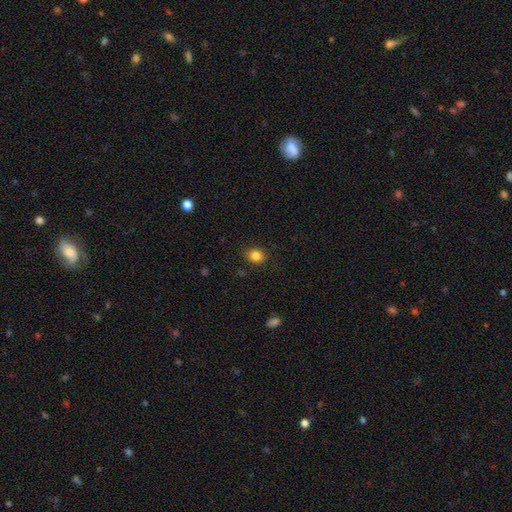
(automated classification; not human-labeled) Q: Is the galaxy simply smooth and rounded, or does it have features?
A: smooth — 84%.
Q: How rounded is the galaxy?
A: round — 73%.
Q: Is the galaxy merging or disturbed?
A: none — 86%.